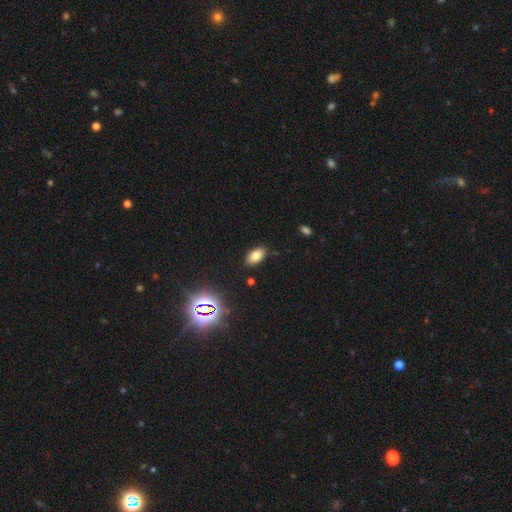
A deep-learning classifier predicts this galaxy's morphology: This is likely a smooth galaxy (77%). How rounded: clearly in between (92%). Merging: clearly none (87%).